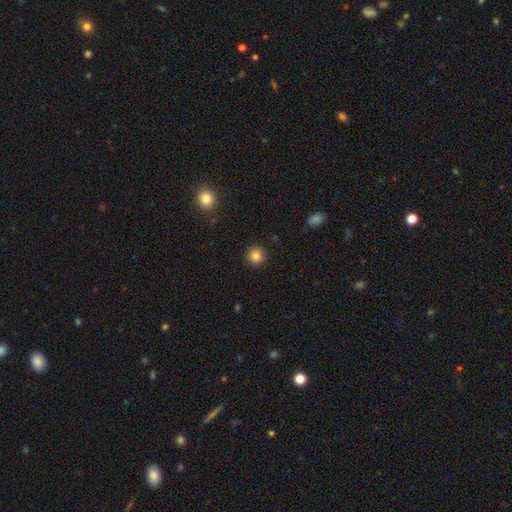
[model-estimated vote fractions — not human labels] smooth-or-featured: smooth: 84% | star or artifact: 11% | featured or disk: 5%
  how-rounded: round: 93% | in between: 6% | cigar-shaped: 1%
  merging: none: 91% | minor disturbance: 6% | major disturbance: 2% | merger: 1%